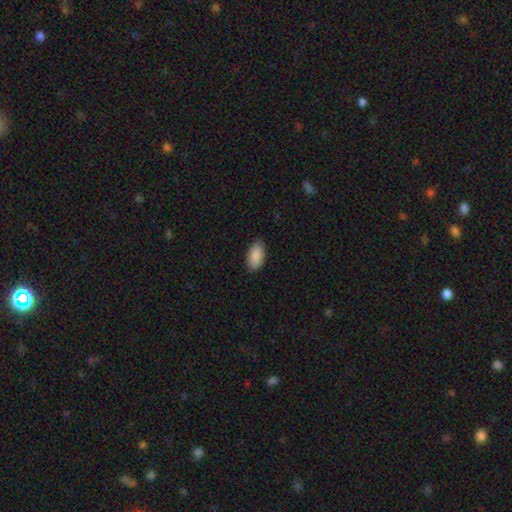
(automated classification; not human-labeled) Smooth or featured? Predicted: smooth (p=0.89). How rounded? Predicted: in between (p=0.94). Merging? Predicted: none (p=0.85).